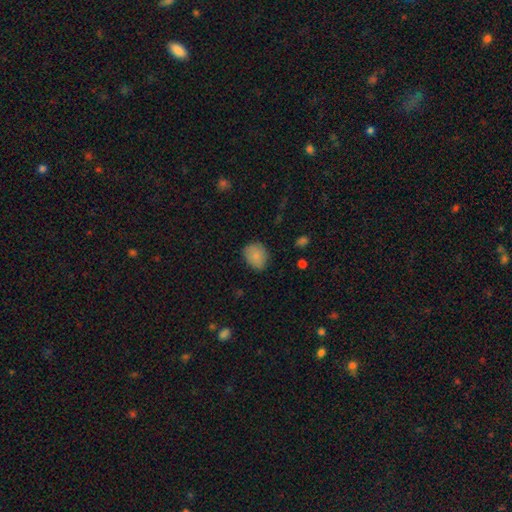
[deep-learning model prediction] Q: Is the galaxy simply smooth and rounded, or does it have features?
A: smooth — 82%.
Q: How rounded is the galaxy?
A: round — 57%.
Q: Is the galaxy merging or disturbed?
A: none — 75%.